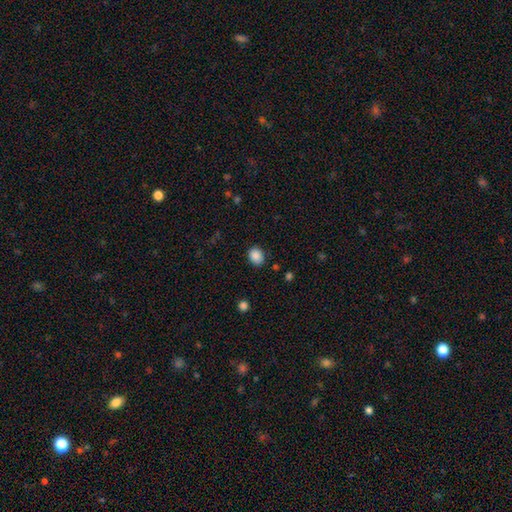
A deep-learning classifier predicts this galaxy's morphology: This is clearly a smooth galaxy (88%). How rounded: possibly in between (50%). Merging: clearly none (83%).